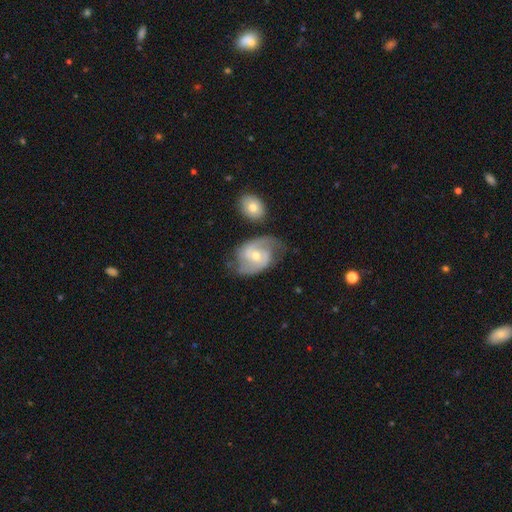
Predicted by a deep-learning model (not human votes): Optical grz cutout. It shows a featured or disk galaxy (84%) with no bar (50%), 2 (84%) medium (52%) spiral arms (94%) and a moderate central bulge (56%). Merging: none (61%).